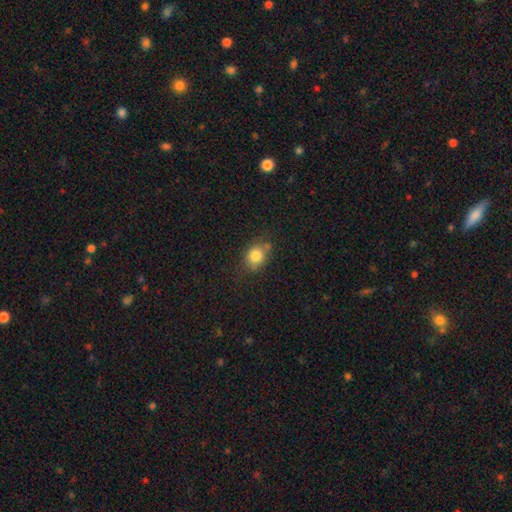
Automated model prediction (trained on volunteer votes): Q: Smooth or featured?
A: smooth (81%); runner-up: star or artifact (11%)
Q: How rounded?
A: round (56%); runner-up: in between (42%)
Q: Merging?
A: none (66%); runner-up: minor disturbance (22%)